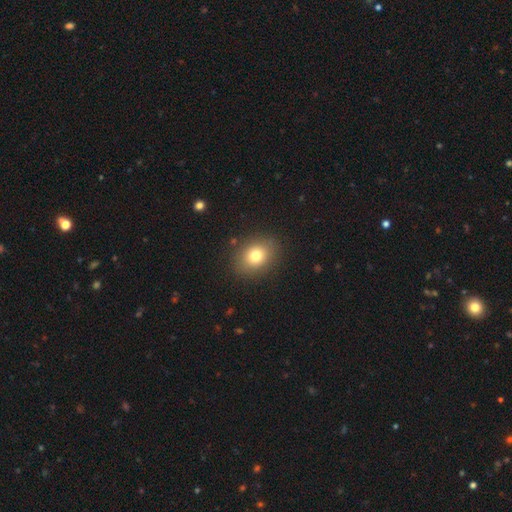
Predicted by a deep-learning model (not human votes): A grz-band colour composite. It shows a smooth galaxy with no disk features (78%) that is in between round and cigar-shaped (50%). Merging: none (87%).